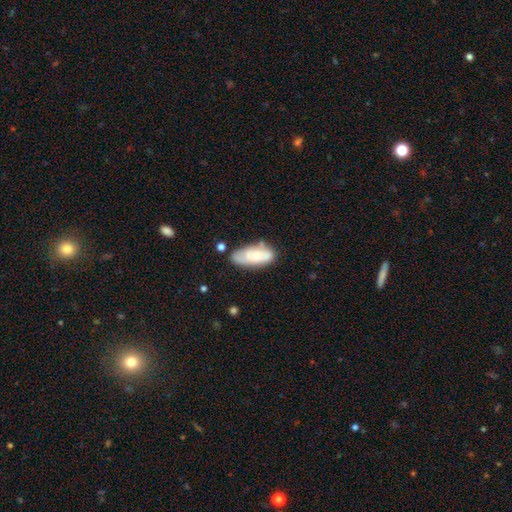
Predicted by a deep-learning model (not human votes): A smooth galaxy with no disk features (59%) that is in between round and cigar-shaped (83%).

Vote fractions:
- Smooth or featured? smooth: 59% / featured or disk: 34% / star or artifact: 7%
- How rounded? in between: 83% / cigar-shaped: 15% / round: 2%
- Merging? none: 58% / minor disturbance: 26% / merger: 8% / major disturbance: 8%